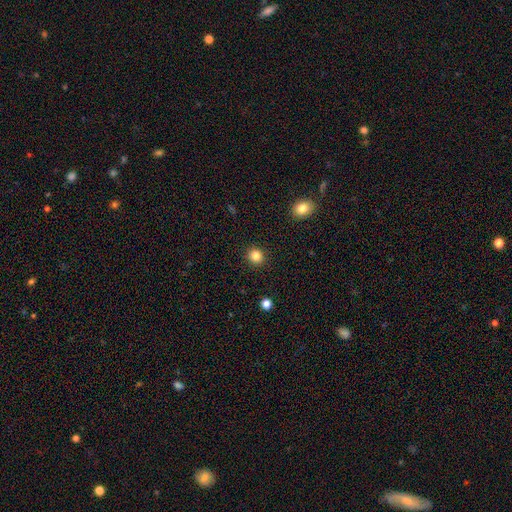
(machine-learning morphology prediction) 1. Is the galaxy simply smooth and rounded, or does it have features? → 84% smooth, 12% star or artifact, 4% featured or disk.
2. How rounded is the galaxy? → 88% round, 11% in between, 1% cigar-shaped.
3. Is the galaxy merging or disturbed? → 92% none, 5% minor disturbance, 2% major disturbance, 1% merger.